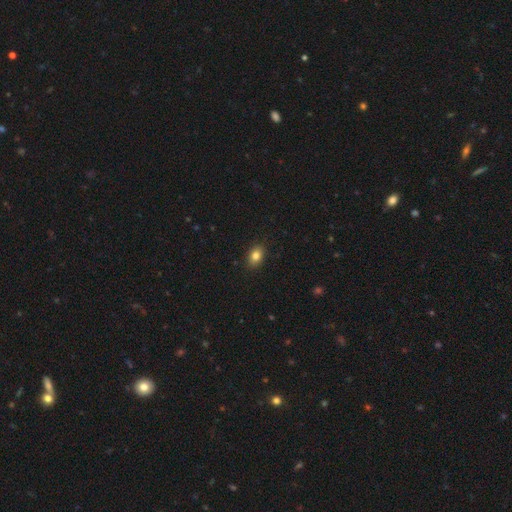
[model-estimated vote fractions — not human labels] A smooth galaxy with no disk features (84%) that is in between round and cigar-shaped (77%). Merging: none (89%).